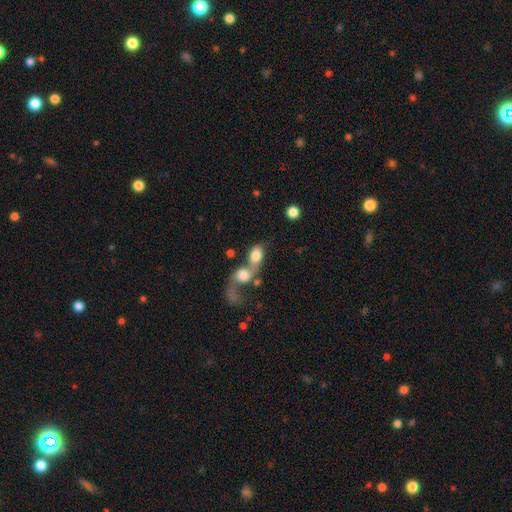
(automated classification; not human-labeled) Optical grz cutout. It shows a smooth galaxy with no disk features (71%) that is in between round and cigar-shaped (77%). Merging: merger (74%).